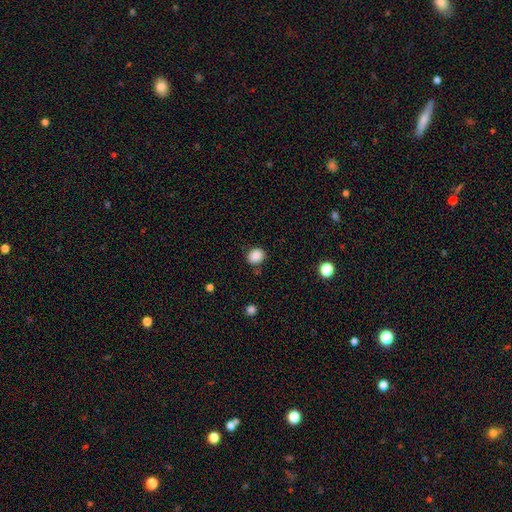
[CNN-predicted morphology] Overall: smooth (86%). How rounded: round (66%; in between 33%). Merging: none (82%).